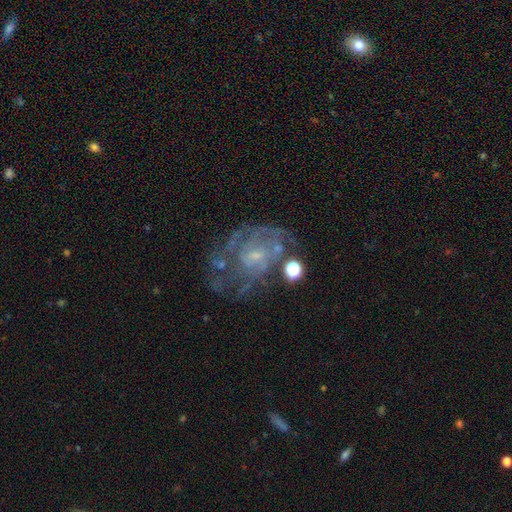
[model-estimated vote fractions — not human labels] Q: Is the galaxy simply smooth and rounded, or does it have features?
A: featured or disk — 76%.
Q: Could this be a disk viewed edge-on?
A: no — 97%.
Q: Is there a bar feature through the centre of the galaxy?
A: no — 62%.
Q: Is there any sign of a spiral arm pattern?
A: yes — 76%.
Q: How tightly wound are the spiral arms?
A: tight — 50%.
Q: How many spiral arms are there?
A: can't tell — 50%.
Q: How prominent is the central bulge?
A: small — 68%.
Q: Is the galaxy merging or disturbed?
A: none — 48%.